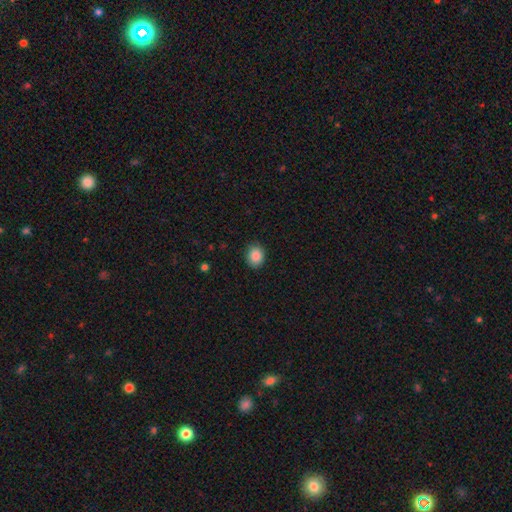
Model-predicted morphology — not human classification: A smooth galaxy with no disk features (88%) that is round (59%).

Vote fractions:
- Smooth or featured? smooth: 88% / star or artifact: 8% / featured or disk: 3%
- How rounded? round: 59% / in between: 40% / cigar-shaped: 1%
- Merging? none: 85% / minor disturbance: 12% / major disturbance: 3% / merger: 1%